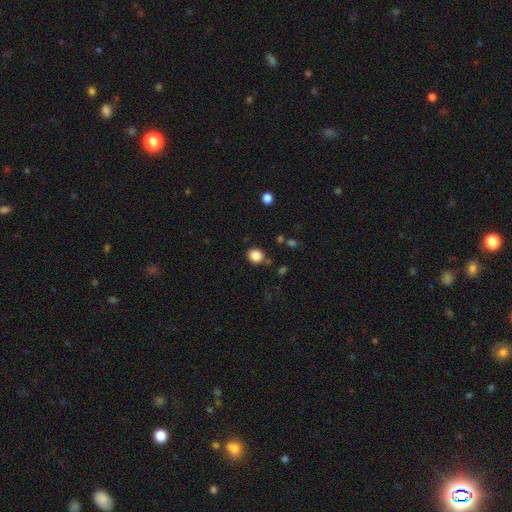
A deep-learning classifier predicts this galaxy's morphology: Overall: smooth (86%). How rounded: round (74%). Merging: none (81%).